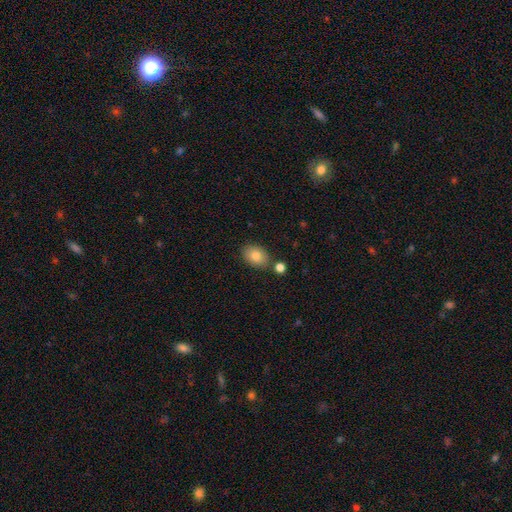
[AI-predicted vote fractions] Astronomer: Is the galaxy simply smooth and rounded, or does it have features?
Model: smooth — 83%.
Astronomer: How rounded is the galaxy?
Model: in between — 78%.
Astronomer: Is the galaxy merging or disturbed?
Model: none — 77%.